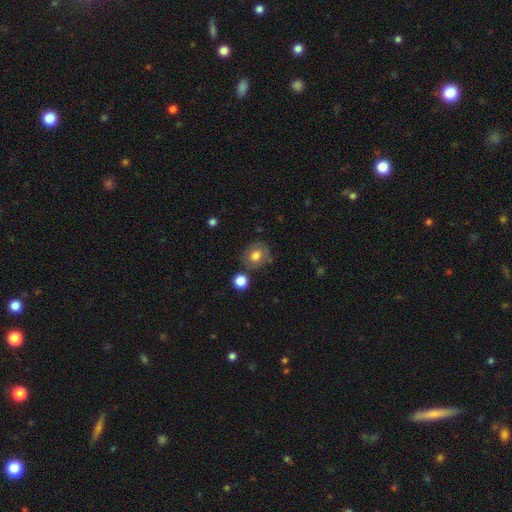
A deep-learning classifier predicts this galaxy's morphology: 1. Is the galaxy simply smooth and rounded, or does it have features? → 69% smooth, 22% featured or disk, 10% star or artifact.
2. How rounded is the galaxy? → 68% round, 31% in between, 1% cigar-shaped.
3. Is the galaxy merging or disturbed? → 70% none, 17% minor disturbance, 7% merger, 6% major disturbance.